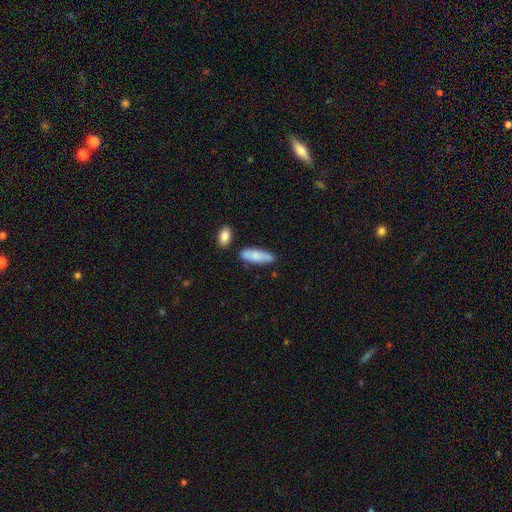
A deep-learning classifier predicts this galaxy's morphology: Overall: smooth (80%). How rounded: in between (51%; cigar-shaped 47%). Merging: none (72%).